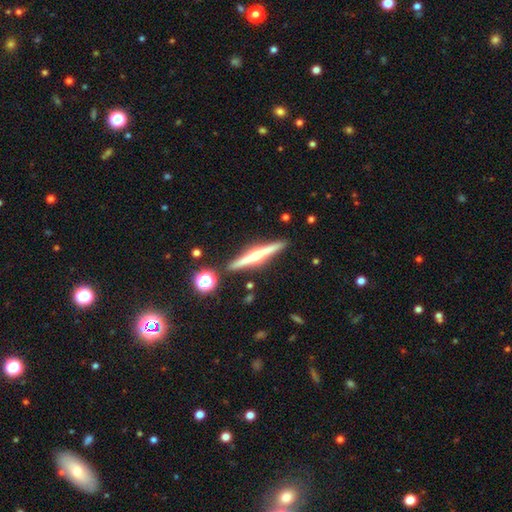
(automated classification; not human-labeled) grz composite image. It shows a featured or disk galaxy (74%) viewed edge-on (98%) with a rounded central bulge (88%). Merging: none (89%).